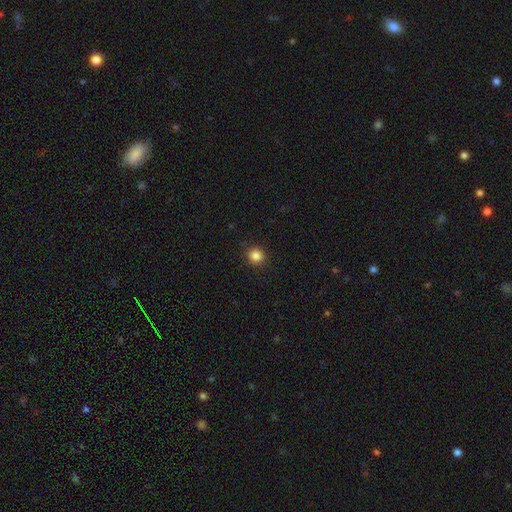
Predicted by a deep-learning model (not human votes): This is clearly a smooth galaxy (85%). How rounded: clearly round (93%). Merging: clearly none (91%).